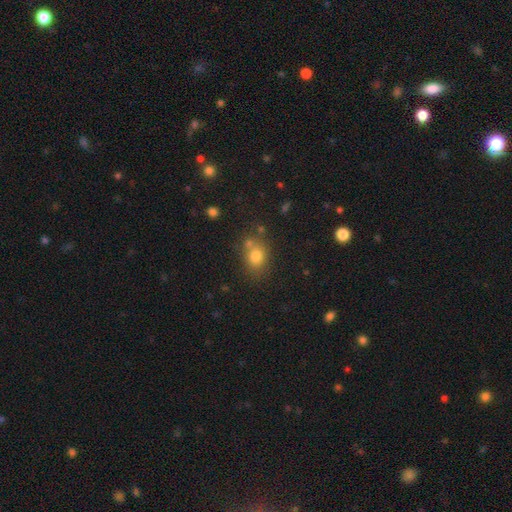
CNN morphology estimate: A smooth galaxy with no disk features (75%) that is round (58%). Merging: none (64%).